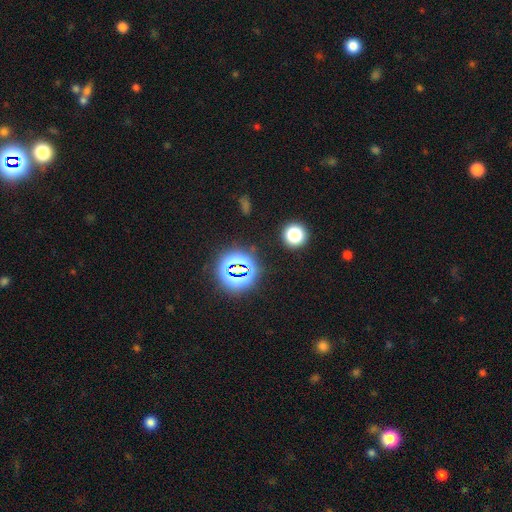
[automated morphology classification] type=star or artifact (76%).